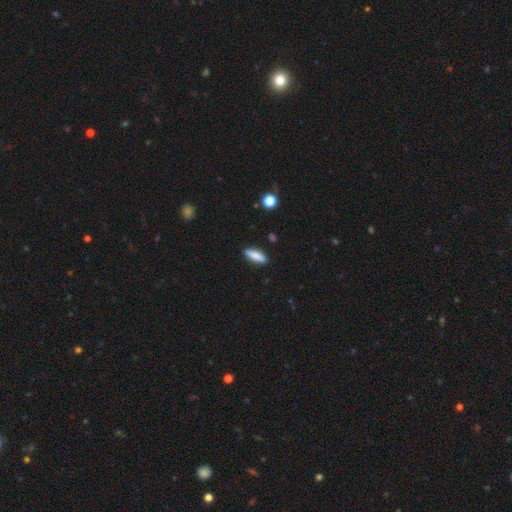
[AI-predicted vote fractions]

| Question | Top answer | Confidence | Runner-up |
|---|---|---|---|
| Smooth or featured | smooth | 80% | featured or disk (14%) |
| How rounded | cigar-shaped | 52% | in between (46%) |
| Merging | none | 89% | minor disturbance (8%) |